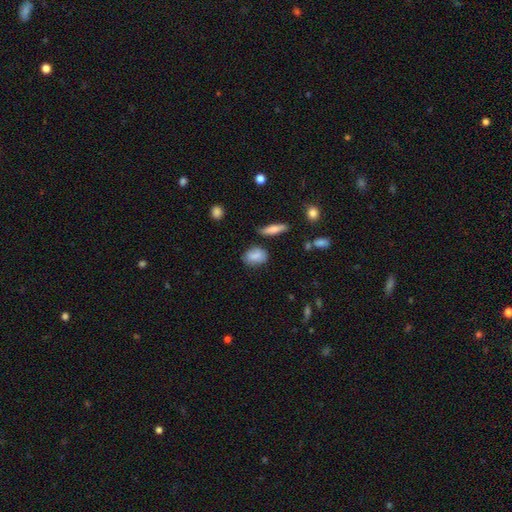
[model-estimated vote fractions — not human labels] Smooth or featured? Predicted: smooth (p=0.83). How rounded? Predicted: in between (p=0.71). Merging? Predicted: none (p=0.74).